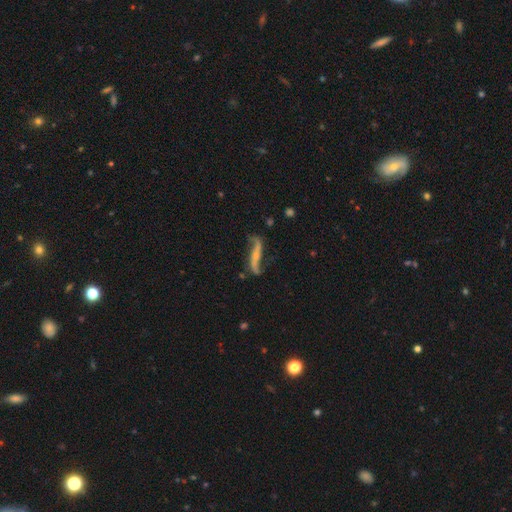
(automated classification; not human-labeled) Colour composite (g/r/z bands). It shows a featured or disk galaxy (84%) with no bar (41%), 2 (92%) loose (89%) spiral arms (93%) and a small central bulge (63%). Merging: none (67%).